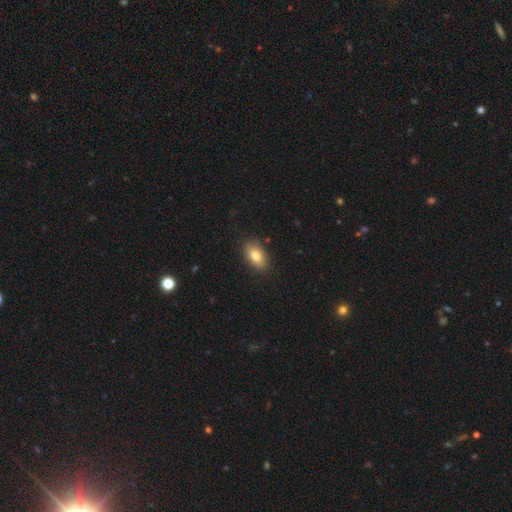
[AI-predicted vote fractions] A smooth galaxy with no disk features (78%) that is in between round and cigar-shaped (88%). Merging: none (86%).